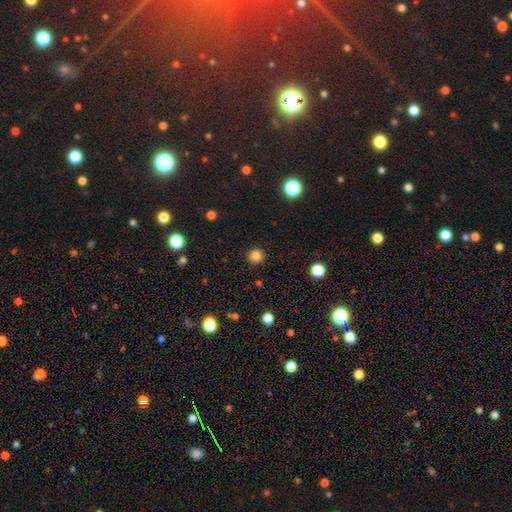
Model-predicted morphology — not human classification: A smooth galaxy with no disk features (83%) that is round (93%).

Vote fractions:
- Smooth or featured? smooth: 83% / star or artifact: 13% / featured or disk: 4%
- How rounded? round: 93% / in between: 6% / cigar-shaped: 1%
- Merging? none: 92% / minor disturbance: 5% / major disturbance: 2% / merger: 1%